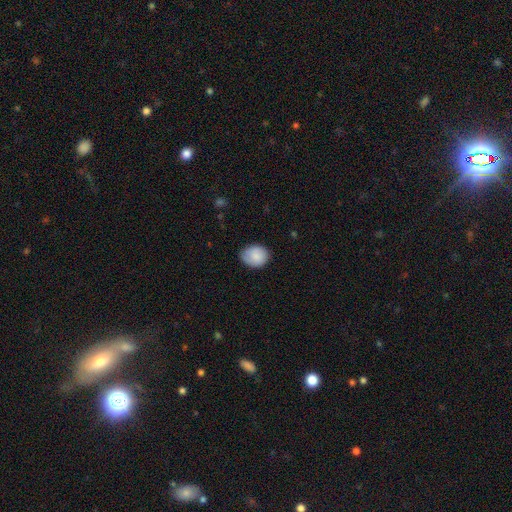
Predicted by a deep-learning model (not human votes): The model was most divided on "how rounded": round: 55%, in between: 44%, cigar-shaped: 1%. More confident: smooth or featured — smooth (84%); merging — none (72%).